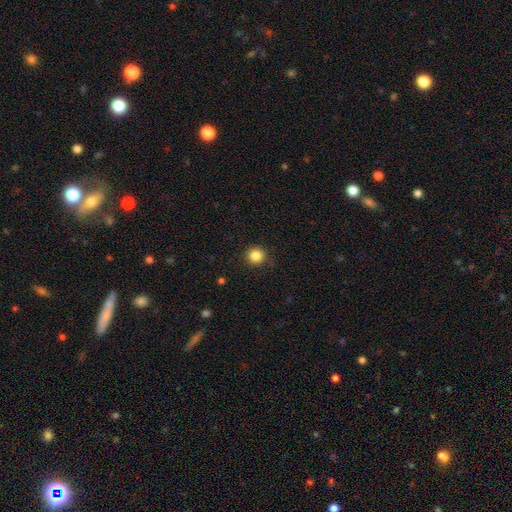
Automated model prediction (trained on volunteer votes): Smooth or featured? Predicted: smooth (p=0.85). How rounded? Predicted: round (p=0.94). Merging? Predicted: none (p=0.90).